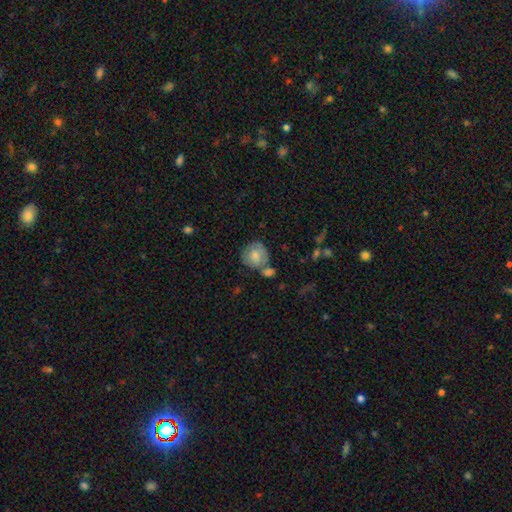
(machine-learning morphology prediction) Overall: smooth (72%). How rounded: round (82%). Merging: none (48%; merger 27%).